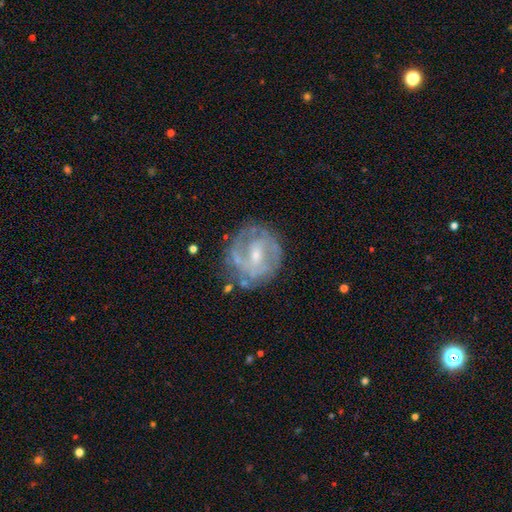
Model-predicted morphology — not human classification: featured or disk 78%, smooth 15%, star or artifact 7%. Down the decision tree: edge-on disk — no (97%); bar — weak (51%); spiral arms — yes (80%); spiral arm count — 2 (44%); spiral winding — tight (52%); bulge size — small (57%); merging — none (70%).